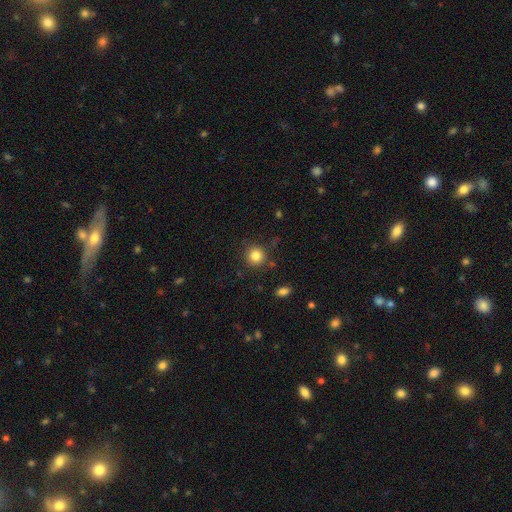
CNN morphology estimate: A smooth galaxy with no disk features (83%) that is round (93%). Merging: none (86%).